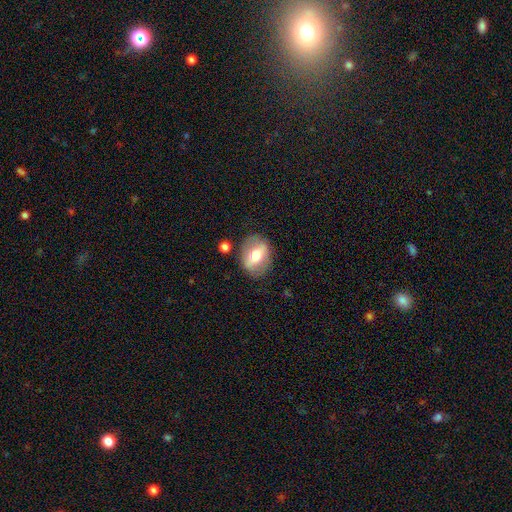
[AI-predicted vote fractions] Smooth or featured? smooth (47%)
Merging? none (80%)